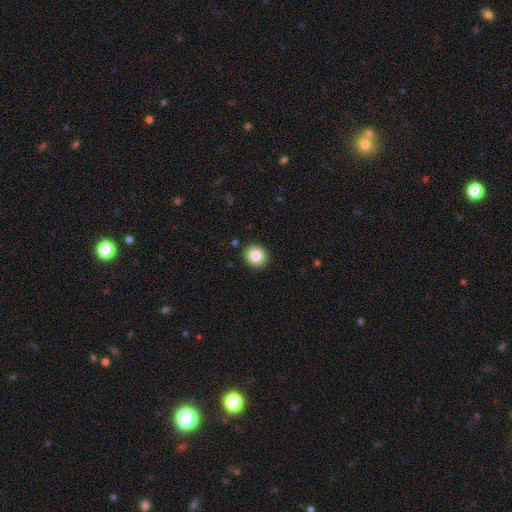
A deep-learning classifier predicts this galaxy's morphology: This appears to be a smooth galaxy with no disk features (85%) that is round (80%). Merging: none (91%).